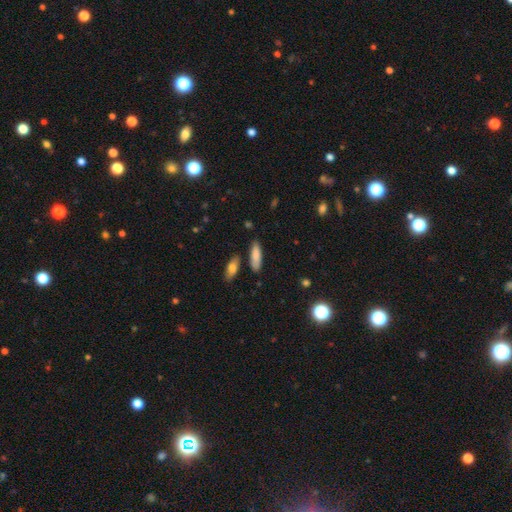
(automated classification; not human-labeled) smooth_or_featured: smooth (p=0.84) [alt: featured or disk p=0.09]
how_rounded: cigar-shaped (p=0.50) [alt: in between p=0.47]
merging: none (p=0.81) [alt: minor disturbance p=0.11]